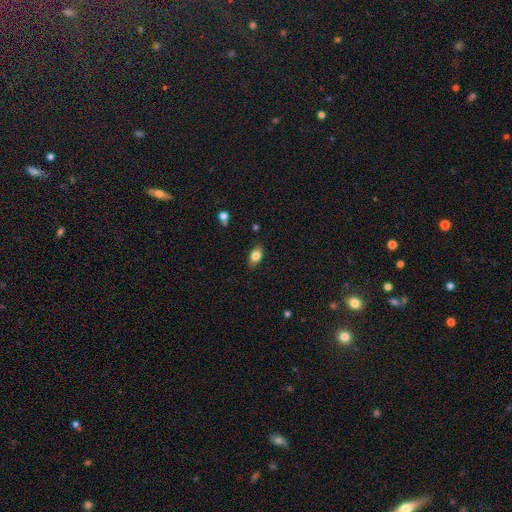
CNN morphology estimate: smooth 81%, featured or disk 11%, star or artifact 8%. Down the decision tree: how rounded — in between (88%); merging — none (85%).